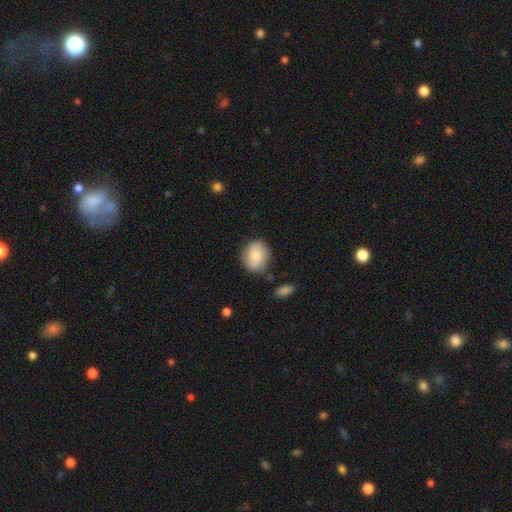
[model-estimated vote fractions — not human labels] This is likely a smooth galaxy (67%). How rounded: likely round (61%). Merging: likely none (71%).